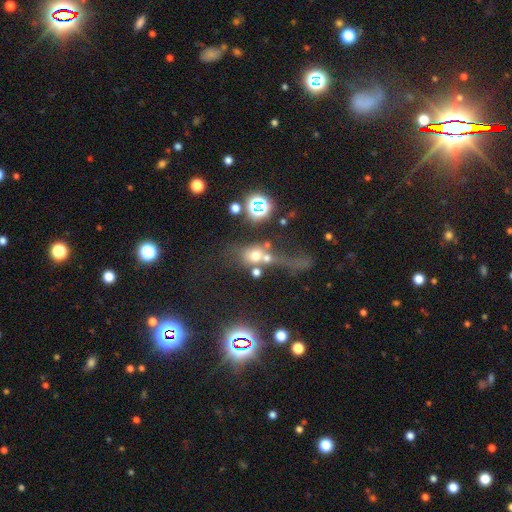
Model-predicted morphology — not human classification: The model was most divided on "merging": merger: 46%, major disturbance: 23%, none: 22%, minor disturbance: 9%. More confident: how rounded — round (59%); smooth or featured — smooth (53%).